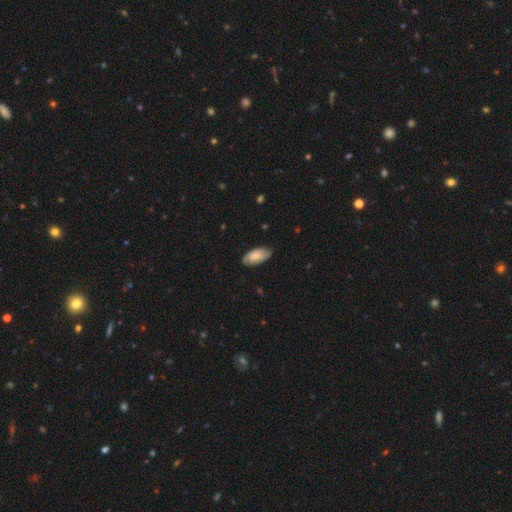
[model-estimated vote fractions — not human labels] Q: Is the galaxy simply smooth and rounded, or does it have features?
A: smooth — 64%.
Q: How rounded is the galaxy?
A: in between — 93%.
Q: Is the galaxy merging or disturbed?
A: none — 76%.